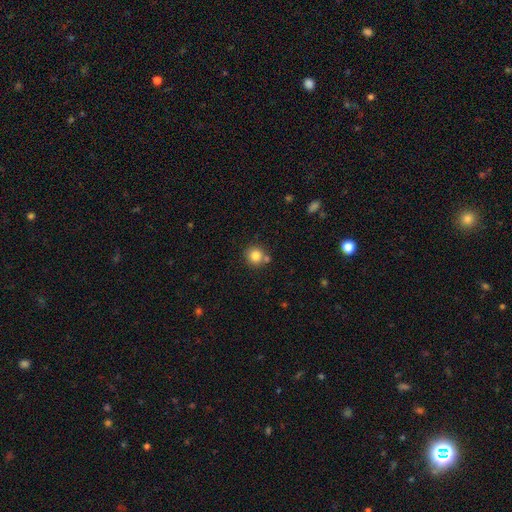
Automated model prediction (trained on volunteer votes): The model was most divided on "merging": none: 72%, merger: 16%, minor disturbance: 9%, major disturbance: 3%. More confident: how rounded — round (92%); smooth or featured — smooth (82%).